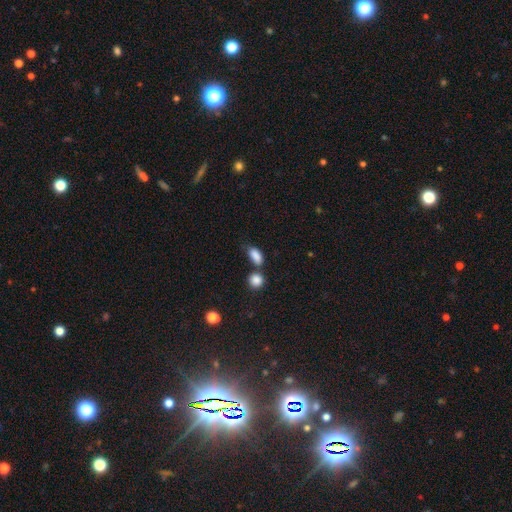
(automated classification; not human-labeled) Smooth or featured: smooth — 86% (star or artifact — 8%)
How rounded: in between — 83% (round — 12%)
Merging: none — 48% (merger — 26%)